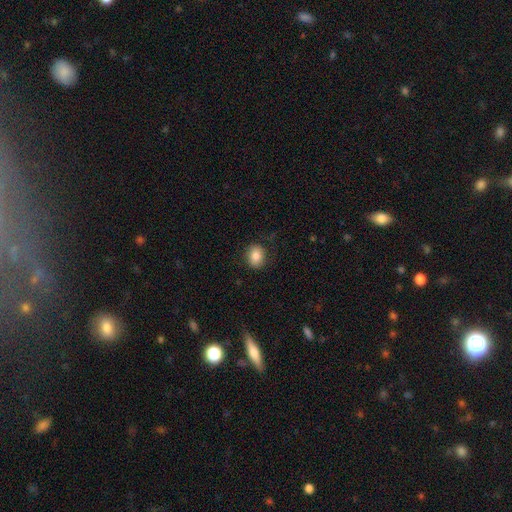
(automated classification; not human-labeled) Smooth or featured?
  - smooth: 84% *
  - star or artifact: 9%
  - featured or disk: 8%
How rounded?
  - round: 52% *
  - in between: 47%
  - cigar-shaped: 1%
Merging?
  - none: 85% *
  - minor disturbance: 11%
  - major disturbance: 3%
  - merger: 1%